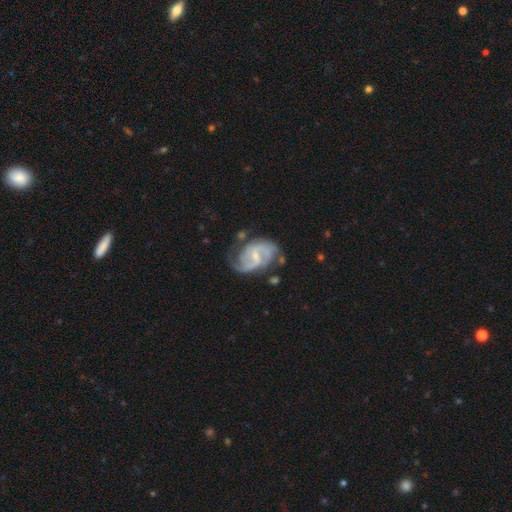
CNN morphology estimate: Q: Smooth or featured?
A: featured or disk (88%); runner-up: smooth (7%)
Q: Edge-on disk?
A: no (98%); runner-up: yes (2%)
Q: Bar?
A: weak (57%); runner-up: no (22%)
Q: Spiral arms?
A: yes (96%); runner-up: no (4%)
Q: Spiral winding?
A: medium (52%); runner-up: tight (28%)
Q: Spiral arm count?
A: 2 (77%); runner-up: can't tell (8%)
Q: Bulge size?
A: small (61%); runner-up: moderate (31%)
Q: Merging?
A: none (60%); runner-up: minor disturbance (23%)